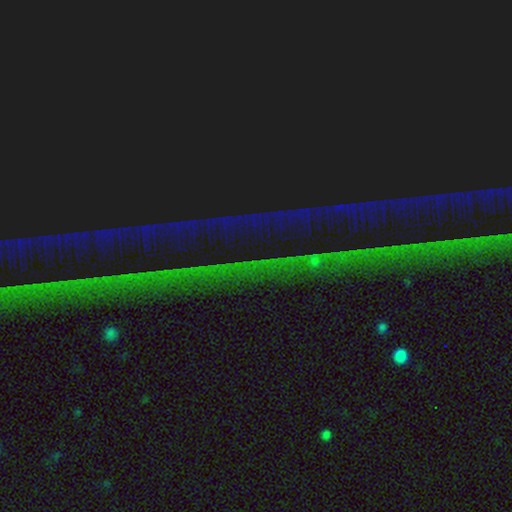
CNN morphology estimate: This is clearly a star or artifact rather than a galaxy (82%).